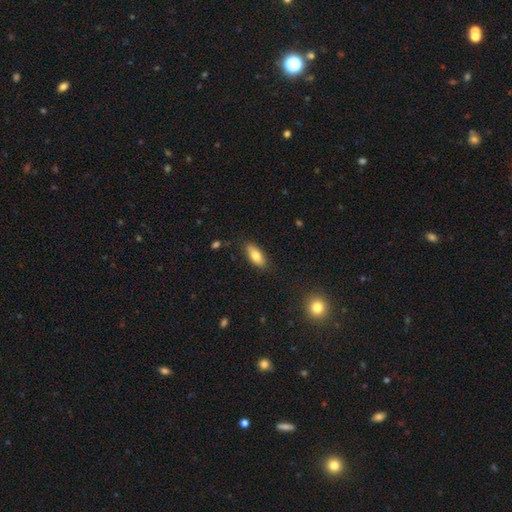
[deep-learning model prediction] This appears to be a smooth galaxy with no disk features (78%) that is in between round and cigar-shaped (81%). Merging: none (83%).